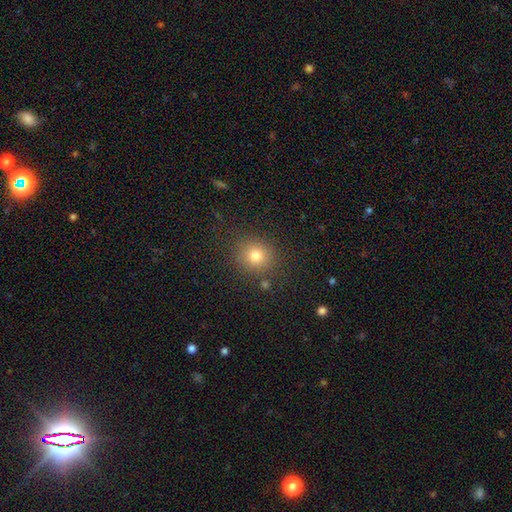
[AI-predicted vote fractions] This appears to be a smooth galaxy with no disk features (77%) that is round (87%). Merging: none (85%).